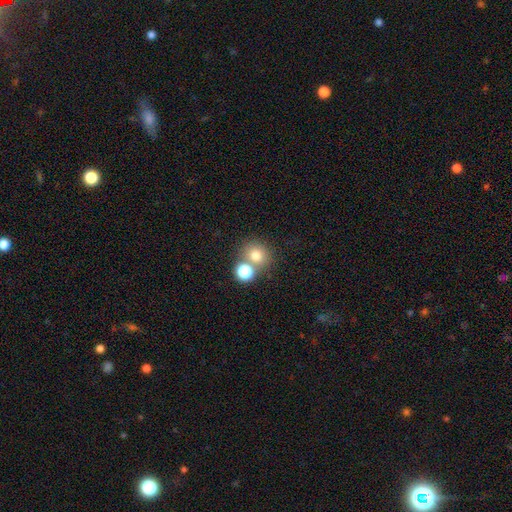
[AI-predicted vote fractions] This appears to be a smooth galaxy with no disk features (74%) that is round (84%). Merging: none (60%).